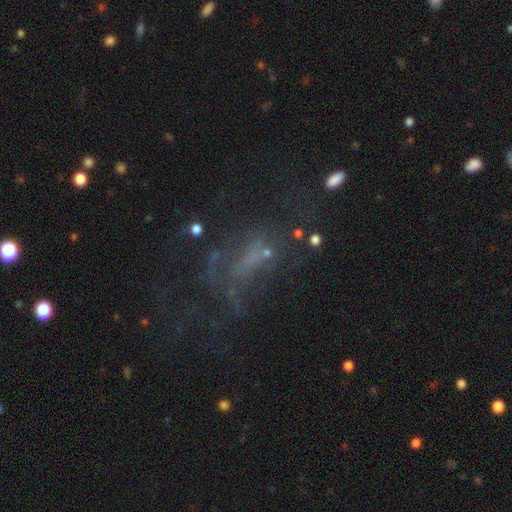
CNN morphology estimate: smooth_or_featured: featured or disk (p=0.42) [alt: star or artifact p=0.32]
merging: major disturbance (p=0.39) [alt: none p=0.38]